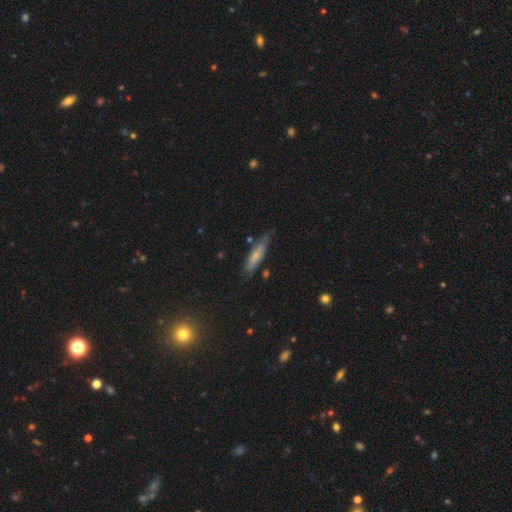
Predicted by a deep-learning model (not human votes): smooth 64%, featured or disk 29%, star or artifact 6%. Down the decision tree: how rounded — cigar-shaped (73%); merging — none (74%).